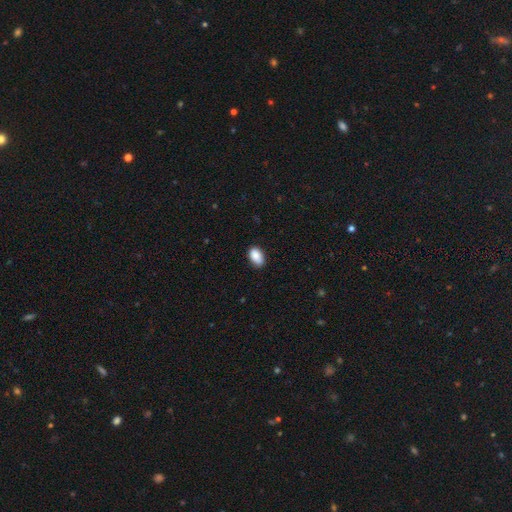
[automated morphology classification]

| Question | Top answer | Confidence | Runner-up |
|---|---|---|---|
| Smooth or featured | smooth | 89% | star or artifact (7%) |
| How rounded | in between | 92% | round (6%) |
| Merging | none | 84% | minor disturbance (13%) |